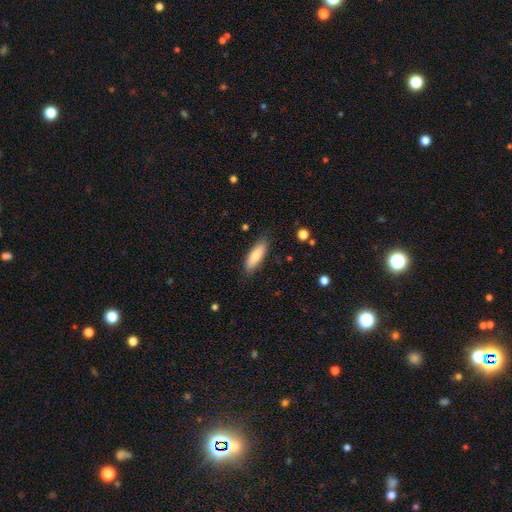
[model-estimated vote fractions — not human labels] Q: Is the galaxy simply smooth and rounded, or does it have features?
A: smooth — 79%.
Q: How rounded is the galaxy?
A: in between — 53%.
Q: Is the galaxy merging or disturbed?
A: none — 84%.